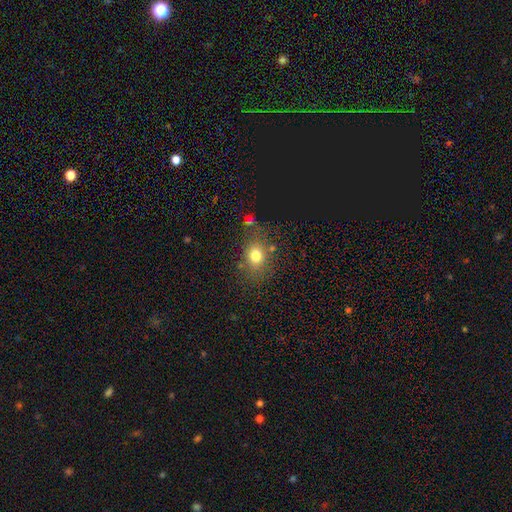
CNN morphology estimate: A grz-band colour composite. It shows a smooth galaxy with no disk features (76%) that is round (56%). Merging: none (77%).